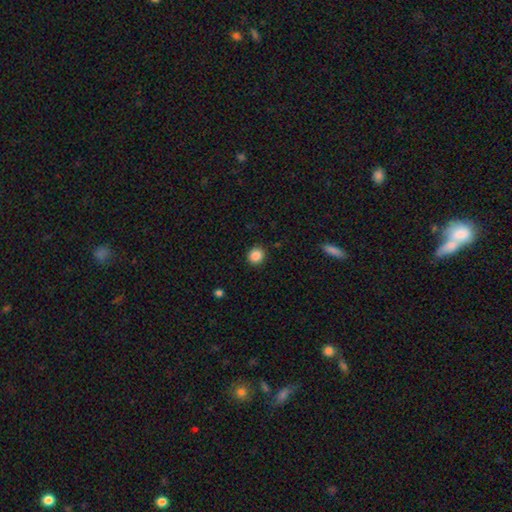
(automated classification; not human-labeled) Smooth or featured: smooth — 86% (star or artifact — 10%)
How rounded: round — 83% (in between — 16%)
Merging: none — 90% (minor disturbance — 7%)